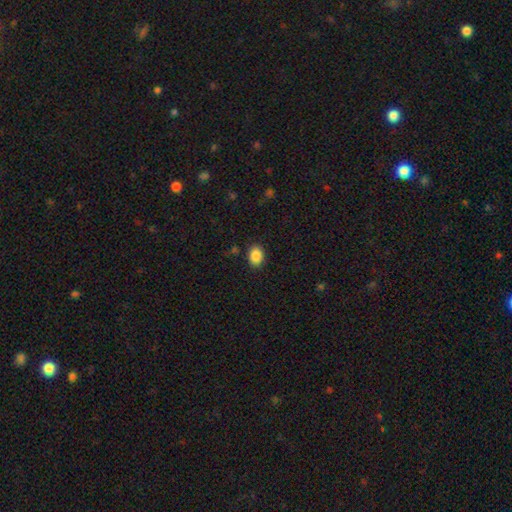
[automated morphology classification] smooth 88%, star or artifact 8%, featured or disk 3%. Down the decision tree: how rounded — in between (70%); merging — none (87%).